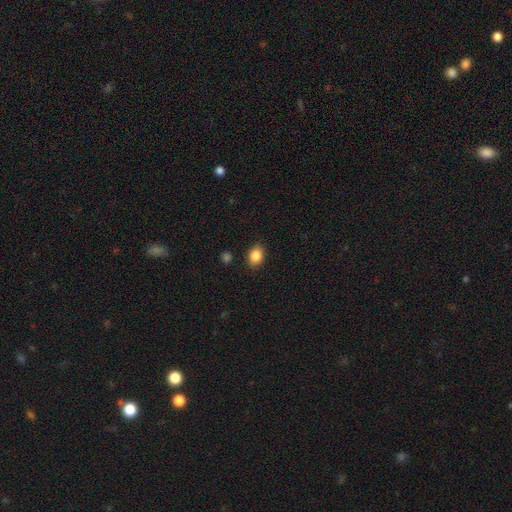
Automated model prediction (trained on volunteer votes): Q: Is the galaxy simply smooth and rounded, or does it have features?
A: smooth — 86%.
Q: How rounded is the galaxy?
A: in between — 65%.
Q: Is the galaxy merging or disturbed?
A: none — 85%.